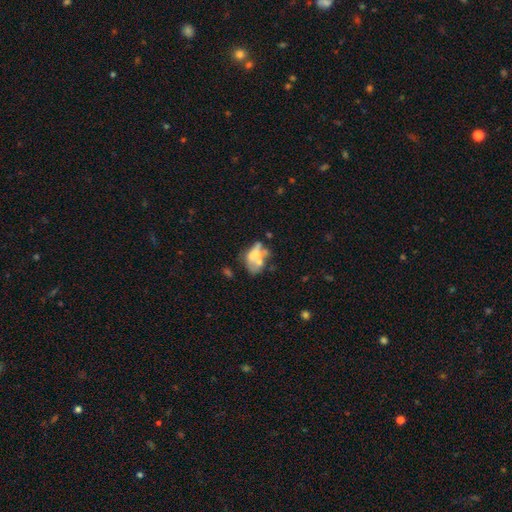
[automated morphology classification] Smooth or featured: smooth — 45% (featured or disk — 44%)
Merging: merger — 36% (none — 26%)